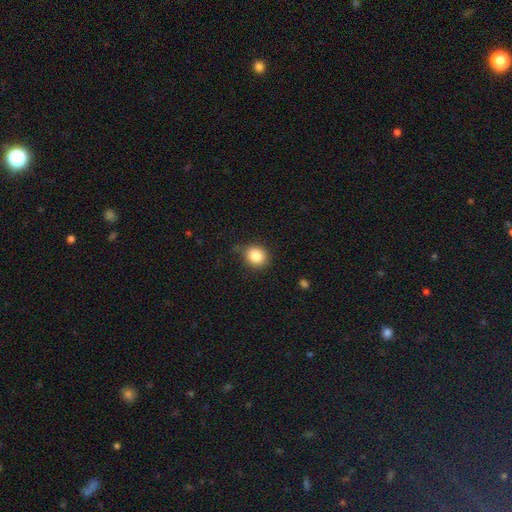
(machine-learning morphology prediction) A smooth galaxy with no disk features (85%) that is round (80%). Merging: none (80%).